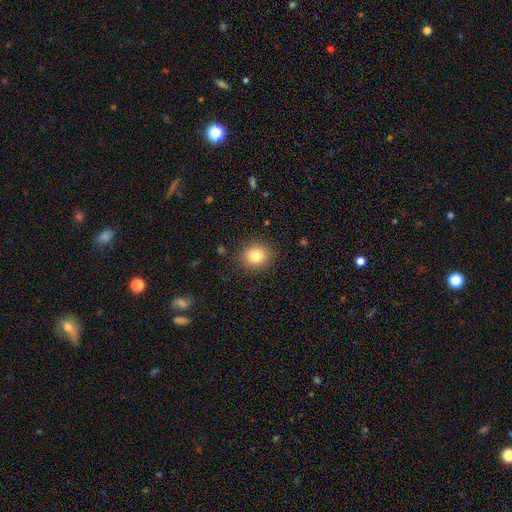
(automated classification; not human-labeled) smooth 82%, star or artifact 11%, featured or disk 8%. Down the decision tree: how rounded — round (85%); merging — none (88%).